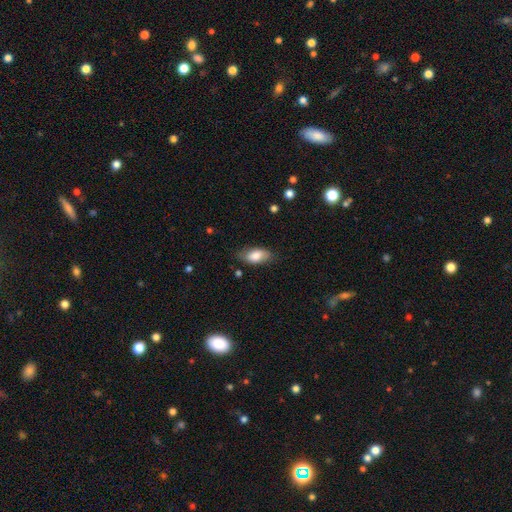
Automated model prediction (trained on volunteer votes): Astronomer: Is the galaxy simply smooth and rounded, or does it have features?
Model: smooth — 79%.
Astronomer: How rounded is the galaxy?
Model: in between — 90%.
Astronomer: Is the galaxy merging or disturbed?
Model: none — 75%.